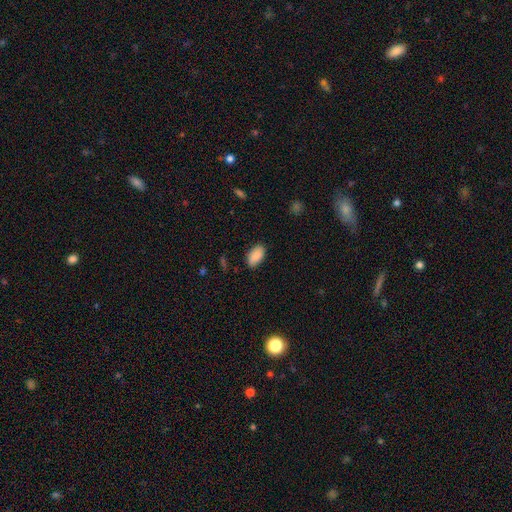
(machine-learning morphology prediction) Q: Smooth or featured?
A: smooth (90%); runner-up: star or artifact (7%)
Q: How rounded?
A: in between (94%); runner-up: round (4%)
Q: Merging?
A: none (86%); runner-up: minor disturbance (11%)